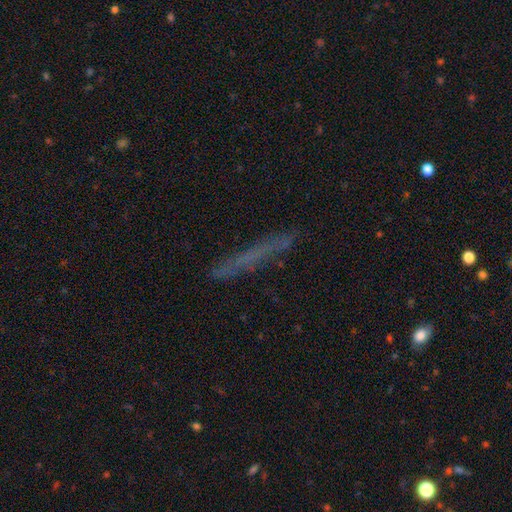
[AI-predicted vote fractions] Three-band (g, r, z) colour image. It shows a smooth galaxy with no disk features (49%). Merging: none (81%).